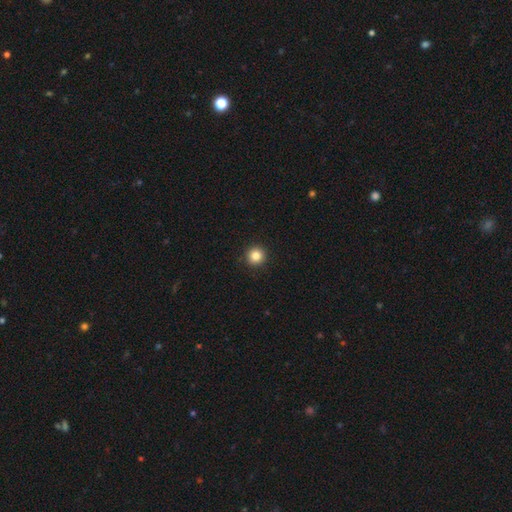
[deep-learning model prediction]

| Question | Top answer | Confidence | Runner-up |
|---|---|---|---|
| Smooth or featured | smooth | 84% | star or artifact (11%) |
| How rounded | round | 95% | in between (4%) |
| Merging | none | 93% | minor disturbance (5%) |